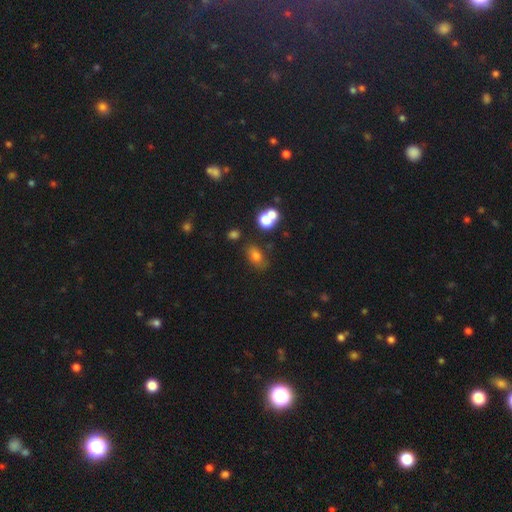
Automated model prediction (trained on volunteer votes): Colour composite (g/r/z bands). It shows a smooth galaxy with no disk features (73%) that is in between round and cigar-shaped (78%). Merging: none (71%).